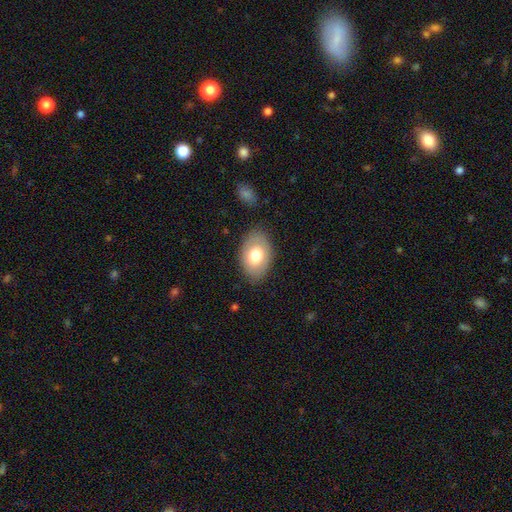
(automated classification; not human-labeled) Morphology: type=smooth (72%); roundness=in between (86%); merging=none (82%).